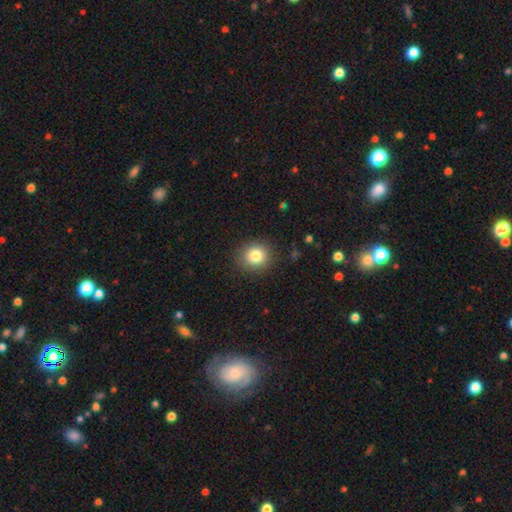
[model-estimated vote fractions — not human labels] Smooth or featured? smooth (81%)
How rounded? round (86%)
Merging? none (88%)